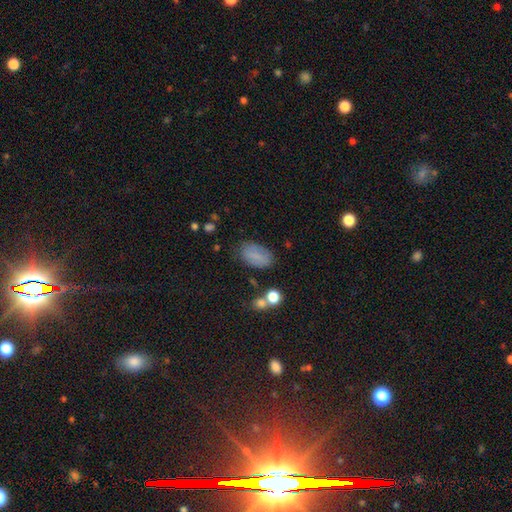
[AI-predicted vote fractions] Overall: smooth (79%). How rounded: in between (92%). Merging: none (74%).